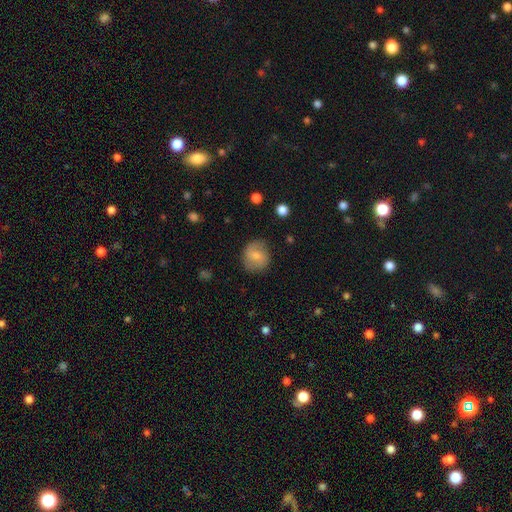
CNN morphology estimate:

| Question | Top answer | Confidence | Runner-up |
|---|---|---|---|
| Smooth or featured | smooth | 55% | featured or disk (38%) |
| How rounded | round | 85% | in between (14%) |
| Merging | none | 81% | minor disturbance (14%) |